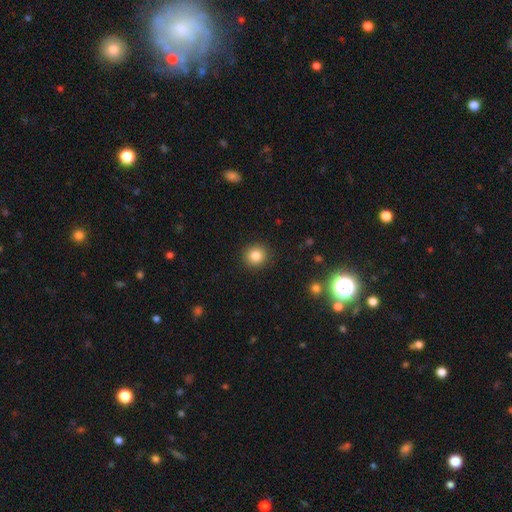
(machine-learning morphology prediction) smooth_or_featured: smooth (p=0.84) [alt: star or artifact p=0.11]
how_rounded: round (p=0.90) [alt: in between p=0.09]
merging: none (p=0.91) [alt: minor disturbance p=0.06]